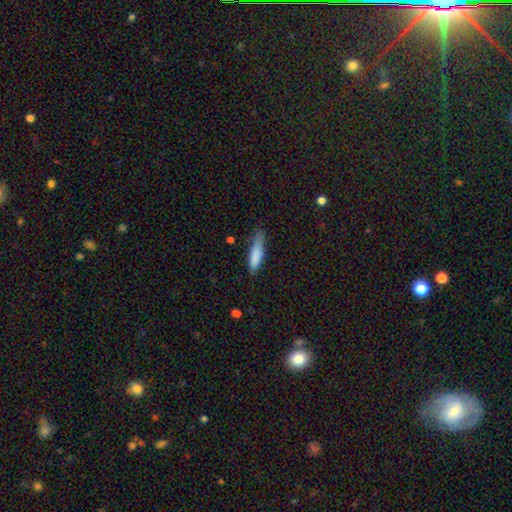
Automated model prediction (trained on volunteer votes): A smooth galaxy with no disk features (83%) that is cigar-shaped (72%).

Vote fractions:
- Smooth or featured? smooth: 83% / featured or disk: 11% / star or artifact: 6%
- How rounded? cigar-shaped: 72% / in between: 26% / round: 2%
- Merging? none: 59% / minor disturbance: 32% / major disturbance: 7% / merger: 2%